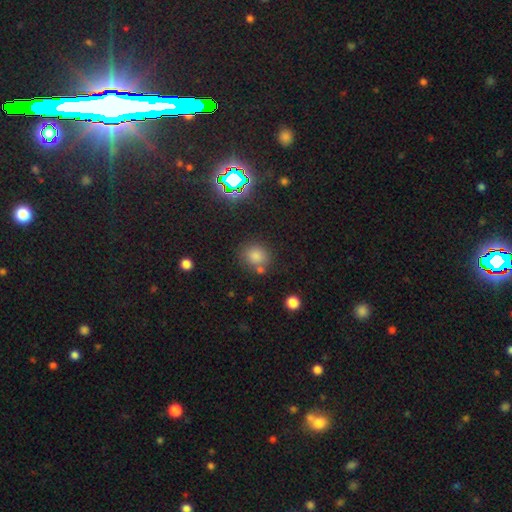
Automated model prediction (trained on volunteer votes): Smooth or featured?
  - smooth: 72% *
  - star or artifact: 21%
  - featured or disk: 7%
How rounded?
  - round: 83% *
  - in between: 16%
  - cigar-shaped: 1%
Merging?
  - none: 74% *
  - merger: 12%
  - minor disturbance: 11%
  - major disturbance: 4%